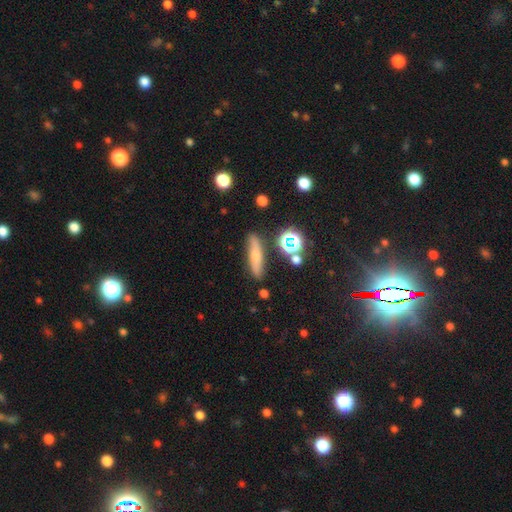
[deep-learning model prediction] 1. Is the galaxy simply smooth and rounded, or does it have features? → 55% smooth, 32% featured or disk, 13% star or artifact.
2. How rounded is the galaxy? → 71% cigar-shaped, 23% in between, 6% round.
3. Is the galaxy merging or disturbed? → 83% none, 11% minor disturbance, 4% merger, 3% major disturbance.